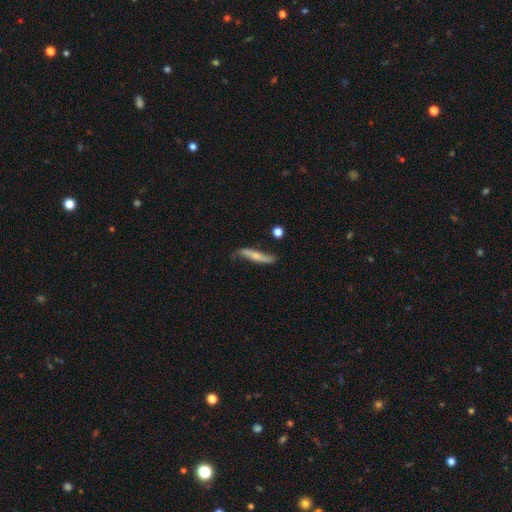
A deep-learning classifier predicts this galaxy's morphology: smooth_or_featured: smooth (p=0.47) [tied with: featured or disk p=0.47]
merging: none (p=0.62) [alt: minor disturbance p=0.27]